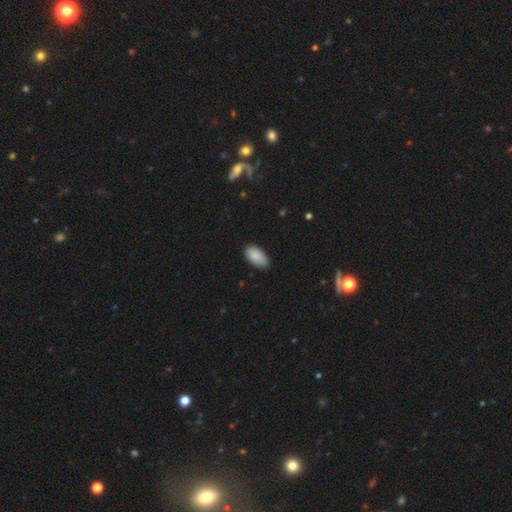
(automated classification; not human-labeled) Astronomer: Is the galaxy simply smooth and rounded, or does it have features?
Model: smooth — 89%.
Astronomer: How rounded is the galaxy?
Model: in between — 95%.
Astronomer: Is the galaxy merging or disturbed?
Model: none — 77%.